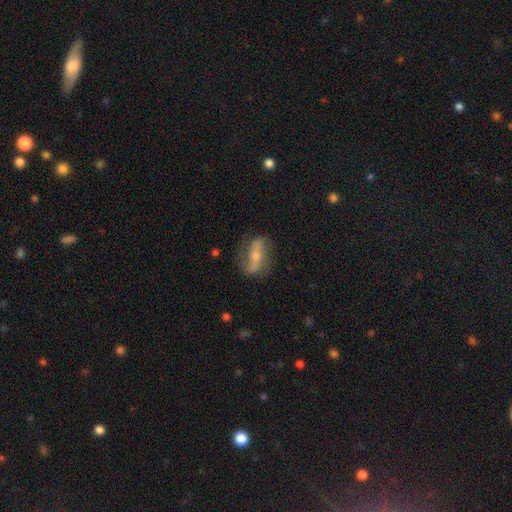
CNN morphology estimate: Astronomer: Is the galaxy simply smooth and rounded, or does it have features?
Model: featured or disk — 63%.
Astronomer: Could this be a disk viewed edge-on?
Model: no — 75%.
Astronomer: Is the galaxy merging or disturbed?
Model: none — 70%.